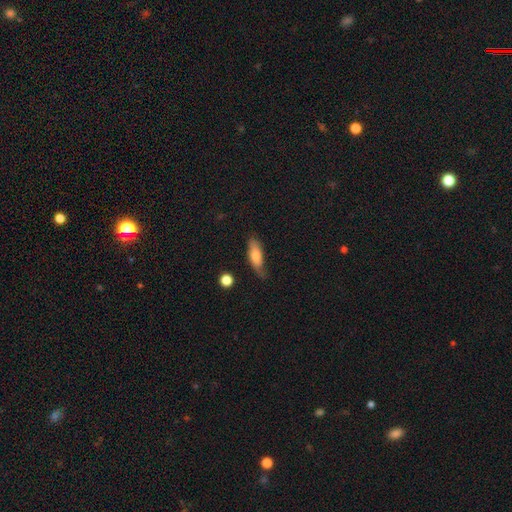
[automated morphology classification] Smooth or featured: smooth — 74% (featured or disk — 19%)
How rounded: in between — 62% (cigar-shaped — 35%)
Merging: none — 58% (minor disturbance — 31%)